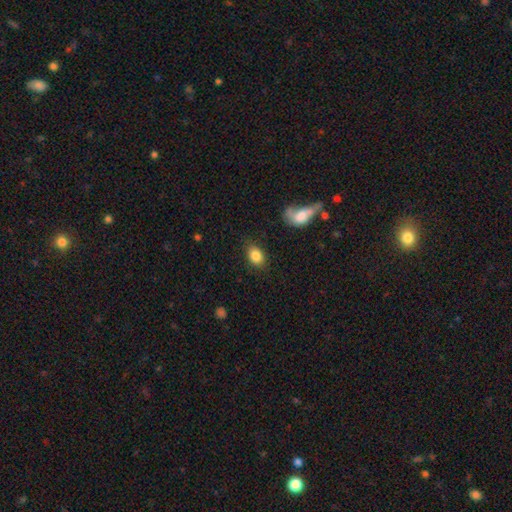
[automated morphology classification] Q: Smooth or featured?
A: smooth (86%); runner-up: star or artifact (8%)
Q: How rounded?
A: in between (76%); runner-up: round (22%)
Q: Merging?
A: none (82%); runner-up: minor disturbance (12%)